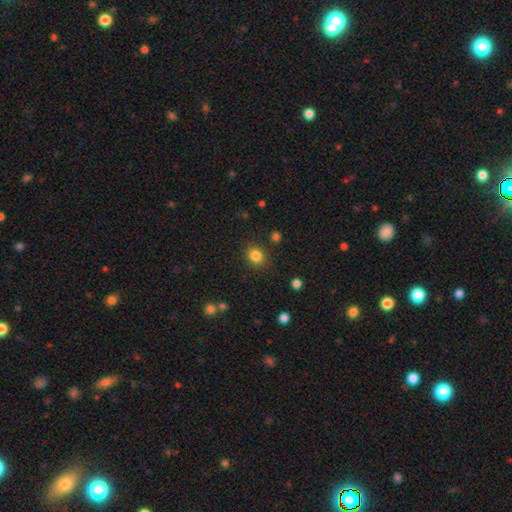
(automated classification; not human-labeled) A smooth galaxy with no disk features (84%) that is round (71%).

Vote fractions:
- Smooth or featured? smooth: 84% / star or artifact: 12% / featured or disk: 5%
- How rounded? round: 71% / in between: 28% / cigar-shaped: 1%
- Merging? none: 87% / minor disturbance: 8% / major disturbance: 3% / merger: 2%